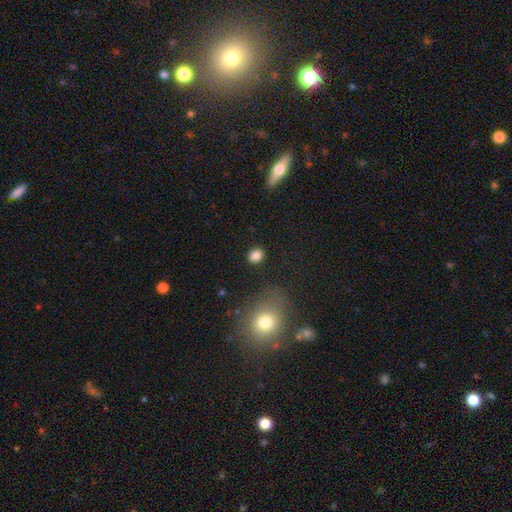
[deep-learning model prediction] A smooth galaxy with no disk features (84%) that is round (66%). Merging: none (88%).